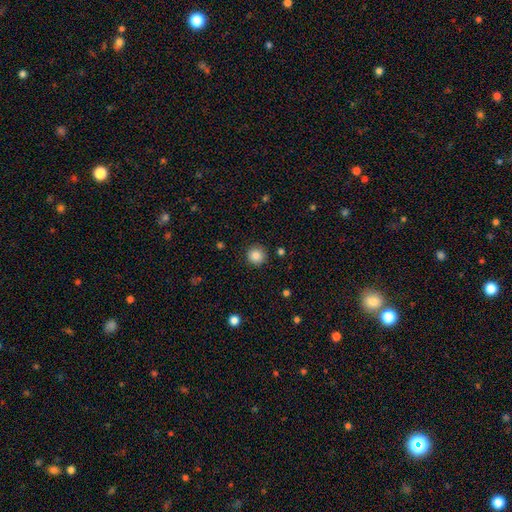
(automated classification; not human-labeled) Q: Smooth or featured?
A: smooth (85%); runner-up: star or artifact (10%)
Q: How rounded?
A: round (95%); runner-up: in between (4%)
Q: Merging?
A: none (91%); runner-up: minor disturbance (6%)